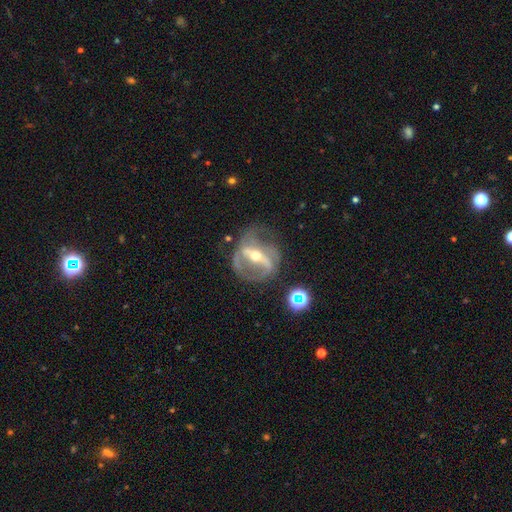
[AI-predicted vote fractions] A featured or disk galaxy (86%) with a strong bar (67%), 2 (70%) medium (44%) spiral arms (86%) and a moderate central bulge (56%). Merging: none (56%).